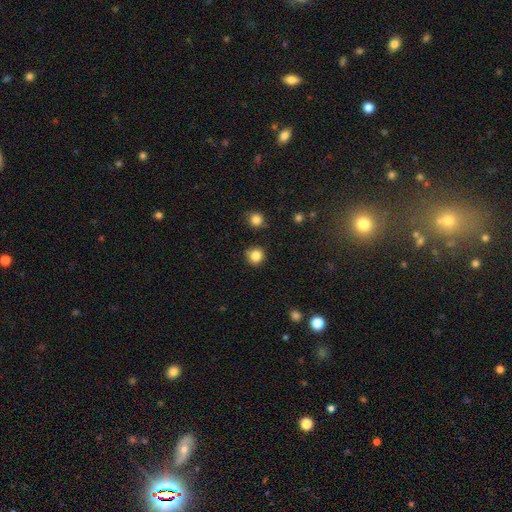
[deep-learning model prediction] Q: Smooth or featured?
A: smooth (85%); runner-up: star or artifact (11%)
Q: How rounded?
A: round (92%); runner-up: in between (7%)
Q: Merging?
A: none (85%); runner-up: minor disturbance (10%)